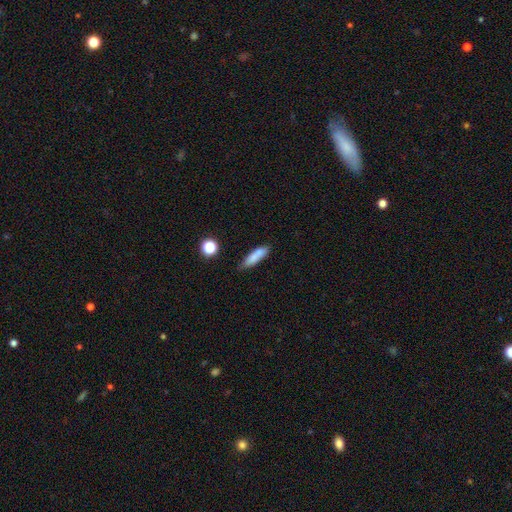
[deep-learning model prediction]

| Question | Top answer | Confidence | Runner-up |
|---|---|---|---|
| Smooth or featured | smooth | 76% | featured or disk (15%) |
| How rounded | cigar-shaped | 65% | in between (32%) |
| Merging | none | 64% | minor disturbance (20%) |